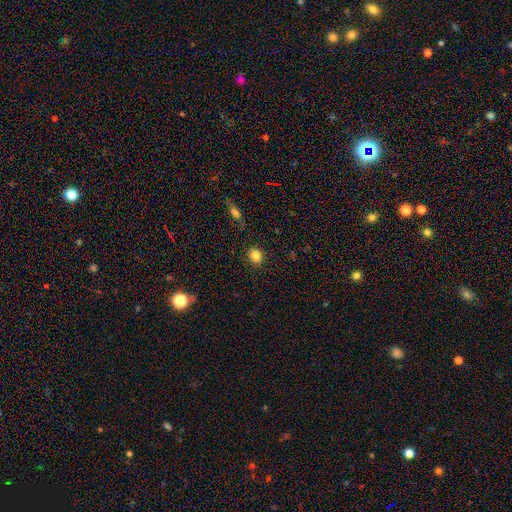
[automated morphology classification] Q: Smooth or featured?
A: smooth (84%); runner-up: star or artifact (11%)
Q: How rounded?
A: round (72%); runner-up: in between (26%)
Q: Merging?
A: none (88%); runner-up: minor disturbance (8%)